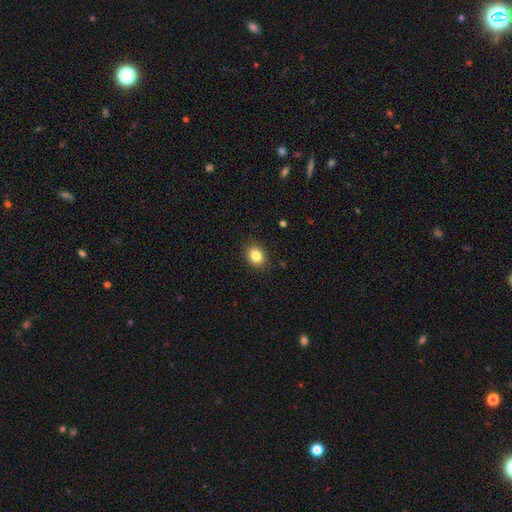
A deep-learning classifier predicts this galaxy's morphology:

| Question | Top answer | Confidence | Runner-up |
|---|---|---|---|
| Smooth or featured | smooth | 84% | star or artifact (10%) |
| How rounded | round | 56% | in between (43%) |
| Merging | none | 89% | minor disturbance (8%) |